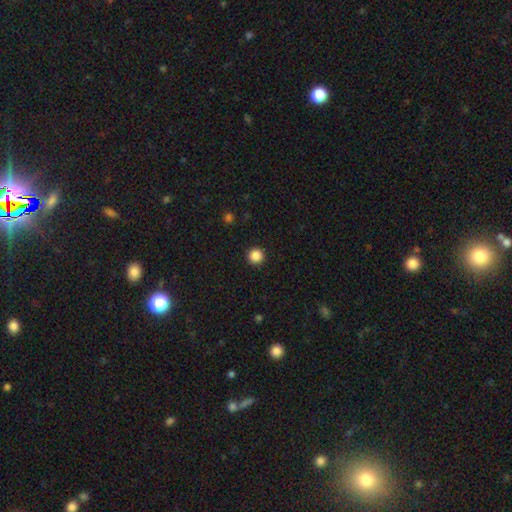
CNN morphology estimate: Overall: smooth (86%). How rounded: round (96%). Merging: none (93%).